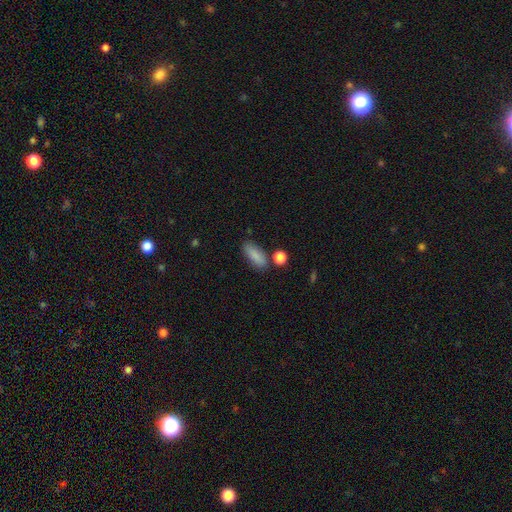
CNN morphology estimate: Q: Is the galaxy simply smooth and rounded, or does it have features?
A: smooth — 86%.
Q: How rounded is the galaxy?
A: in between — 70%.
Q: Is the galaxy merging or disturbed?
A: none — 74%.